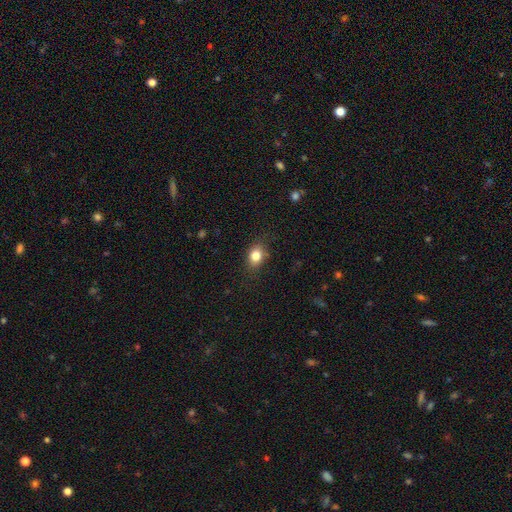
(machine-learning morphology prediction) This appears to be a smooth galaxy with no disk features (82%) that is in between round and cigar-shaped (59%). Merging: none (80%).